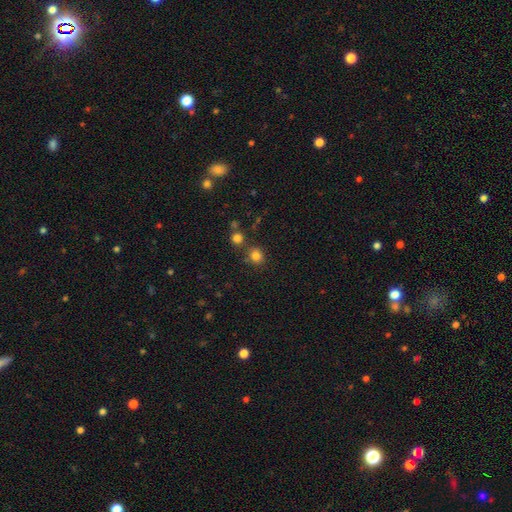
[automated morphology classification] Smooth or featured: smooth — 80% (star or artifact — 14%)
How rounded: round — 77% (in between — 22%)
Merging: none — 73% (merger — 14%)